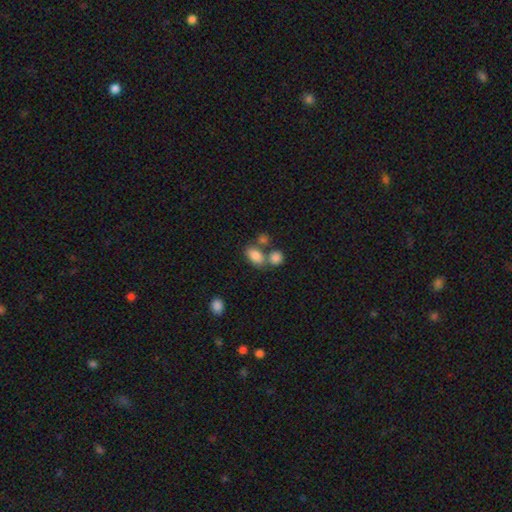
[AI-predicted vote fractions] Smooth or featured? smooth (83%)
How rounded? in between (84%)
Merging? none (49%)